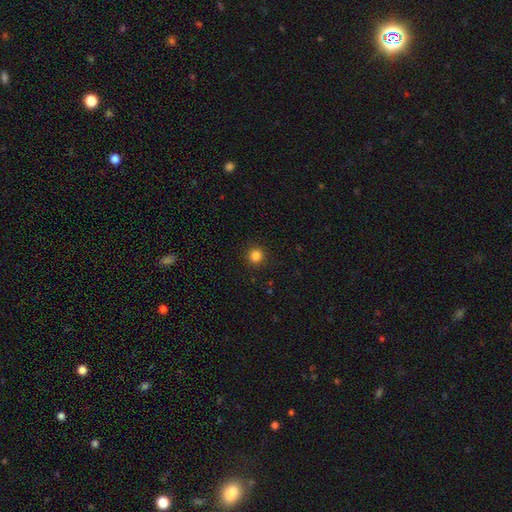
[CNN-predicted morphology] type=smooth (84%); roundness=round (95%); merging=none (92%).